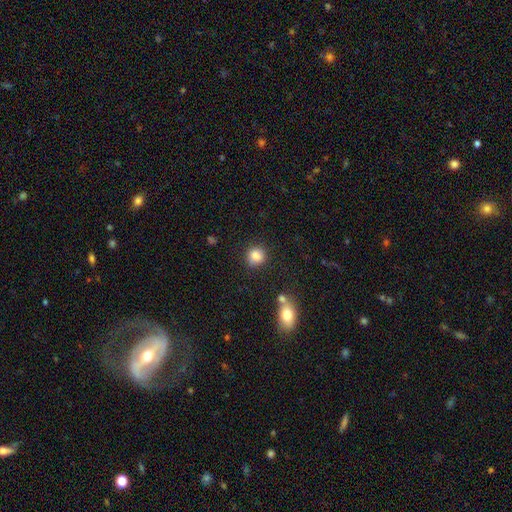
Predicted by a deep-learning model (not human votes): Smooth or featured?
  - smooth: 83% *
  - star or artifact: 10%
  - featured or disk: 7%
How rounded?
  - round: 82% *
  - in between: 17%
  - cigar-shaped: 1%
Merging?
  - none: 79% *
  - minor disturbance: 13%
  - merger: 5%
  - major disturbance: 3%